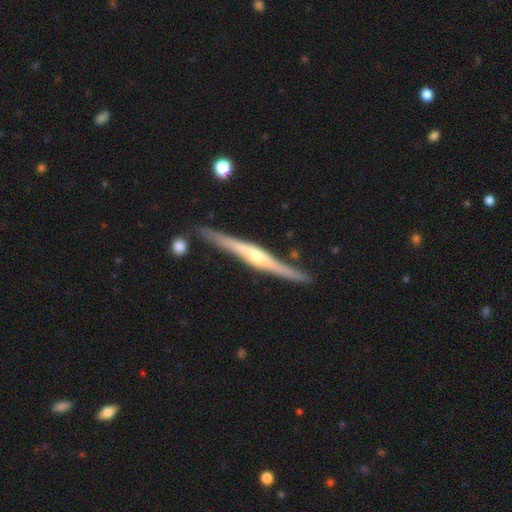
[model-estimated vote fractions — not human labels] Q: Smooth or featured?
A: featured or disk (79%); runner-up: smooth (17%)
Q: Edge-on disk?
A: yes (98%); runner-up: no (2%)
Q: Edge-on bulge?
A: rounded (83%); runner-up: boxy (8%)
Q: Merging?
A: none (85%); runner-up: minor disturbance (10%)